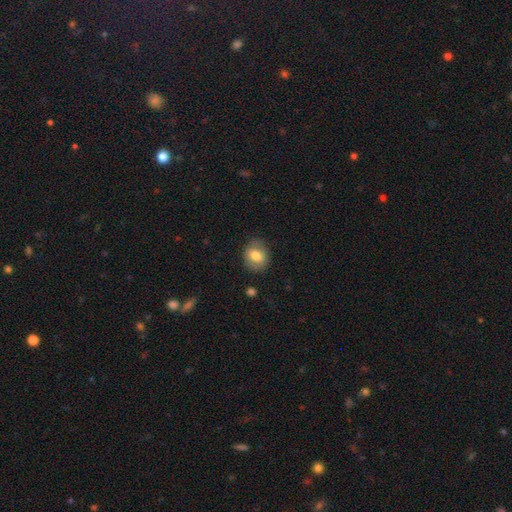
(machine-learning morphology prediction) Smooth or featured? Predicted: smooth (p=0.73). How rounded? Predicted: round (p=0.51). Merging? Predicted: none (p=0.79).